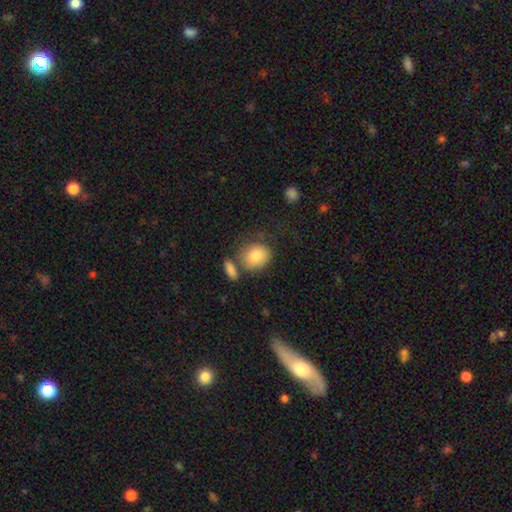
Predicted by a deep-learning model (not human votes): Smooth or featured?
  - smooth: 82% *
  - featured or disk: 11%
  - star or artifact: 8%
How rounded?
  - round: 67% *
  - in between: 31%
  - cigar-shaped: 1%
Merging?
  - none: 61% *
  - merger: 18%
  - minor disturbance: 15%
  - major disturbance: 6%